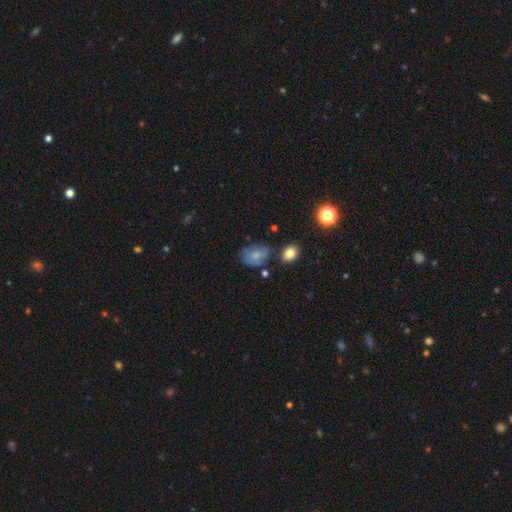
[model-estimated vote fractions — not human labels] A smooth galaxy with no disk features (61%) that is in between round and cigar-shaped (74%).

Vote fractions:
- Smooth or featured? smooth: 61% / featured or disk: 29% / star or artifact: 10%
- How rounded? in between: 74% / round: 25% / cigar-shaped: 1%
- Merging? none: 56% / minor disturbance: 28% / major disturbance: 10% / merger: 6%